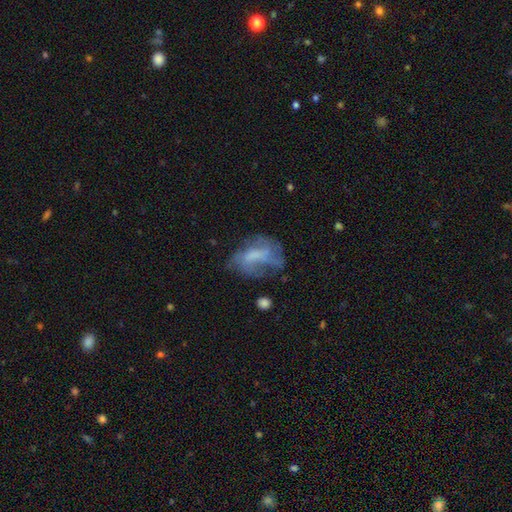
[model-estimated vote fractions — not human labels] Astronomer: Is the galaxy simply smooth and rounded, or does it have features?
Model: featured or disk — 51% (runner-up: smooth, 37%).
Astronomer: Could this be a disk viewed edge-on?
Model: no — 96%.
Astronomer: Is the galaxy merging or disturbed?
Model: none — 41% (runner-up: major disturbance, 30%).